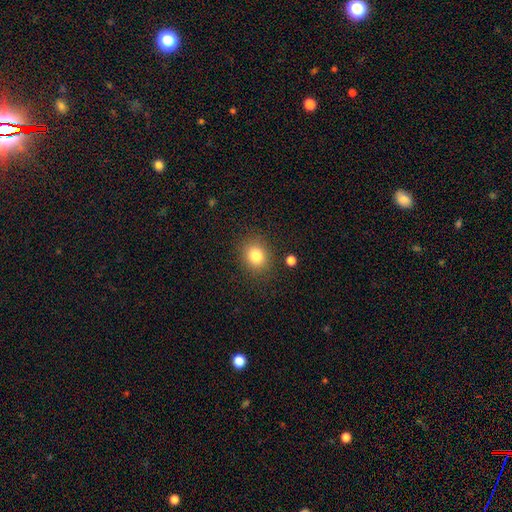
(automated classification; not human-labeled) smooth 81%, star or artifact 11%, featured or disk 7%. Down the decision tree: how rounded — round (67%); merging — none (84%).